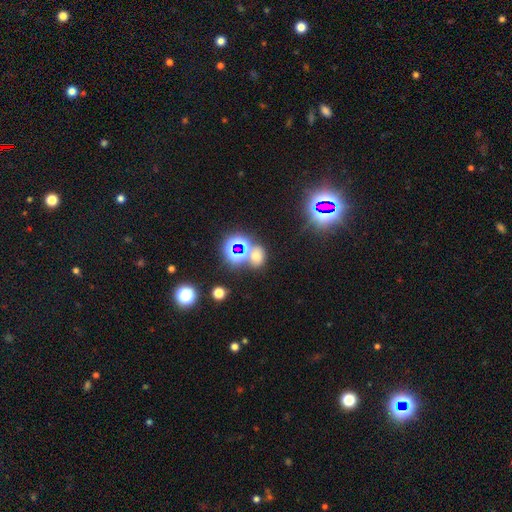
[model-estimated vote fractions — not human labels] Morphology: type=smooth (51%); roundness=round (50%); merging=none (58%).